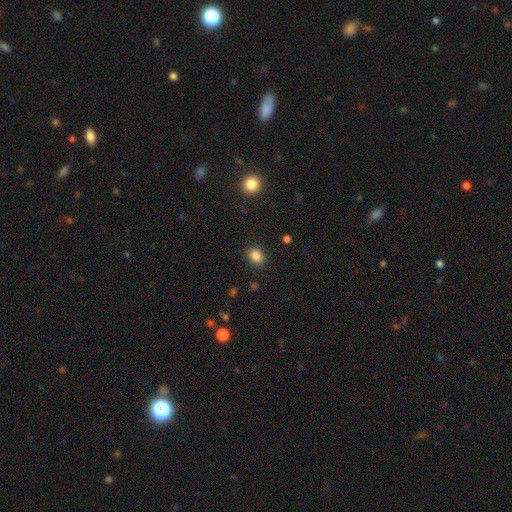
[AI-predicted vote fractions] Smooth or featured? smooth (86%)
How rounded? in between (61%)
Merging? none (87%)